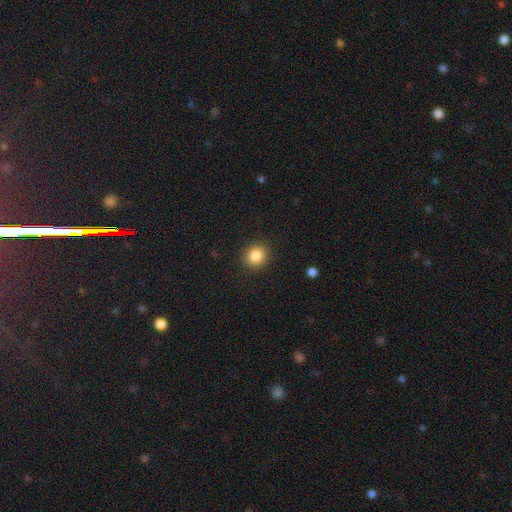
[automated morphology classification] smooth 86%, star or artifact 9%, featured or disk 4%. Down the decision tree: how rounded — round (82%); merging — none (89%).